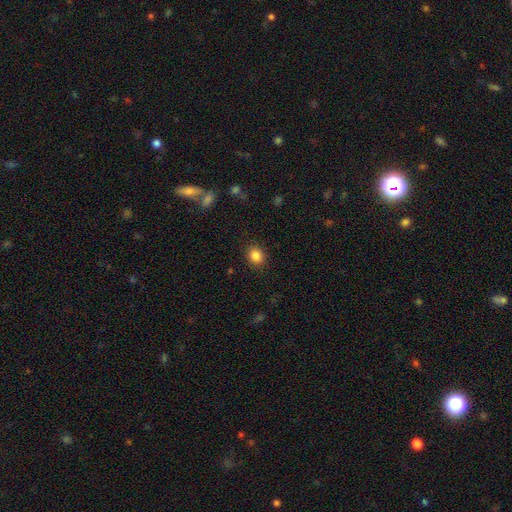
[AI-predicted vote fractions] A smooth galaxy with no disk features (85%) that is round (65%).

Vote fractions:
- Smooth or featured? smooth: 85% / star or artifact: 10% / featured or disk: 4%
- How rounded? round: 65% / in between: 34% / cigar-shaped: 1%
- Merging? none: 88% / minor disturbance: 8% / major disturbance: 3% / merger: 1%